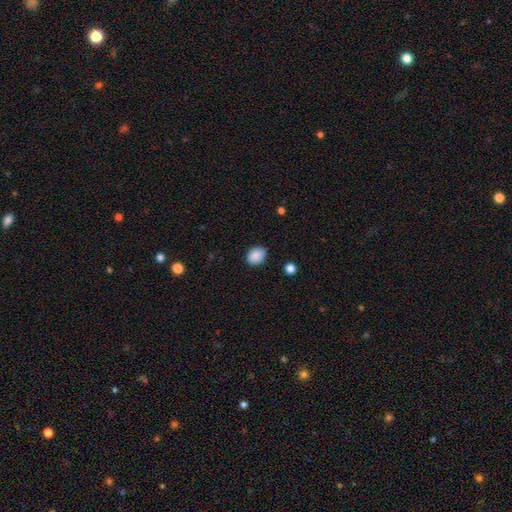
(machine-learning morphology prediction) smooth 89%, star or artifact 8%, featured or disk 3%. Down the decision tree: how rounded — in between (62%); merging — none (83%).